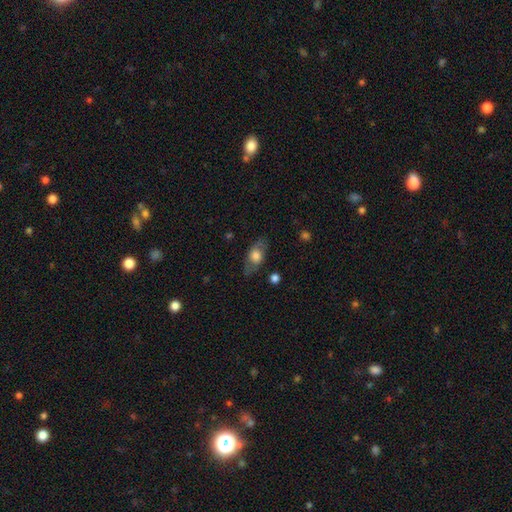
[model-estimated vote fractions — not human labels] A smooth galaxy with no disk features (55%) that is in between round and cigar-shaped (79%). Merging: none (74%).